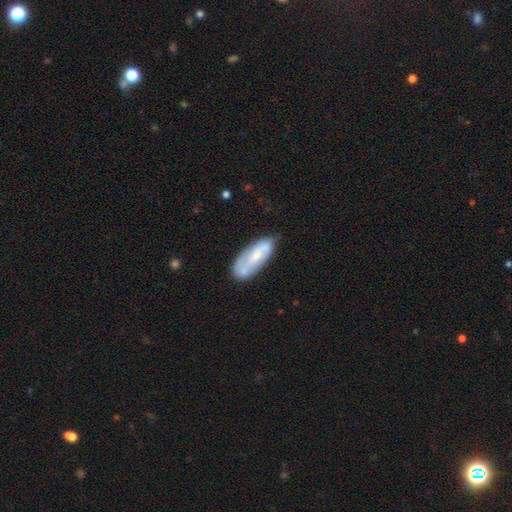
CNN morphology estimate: This appears to be a smooth galaxy with no disk features (47%, tied with featured or disk). Merging: none (64%).